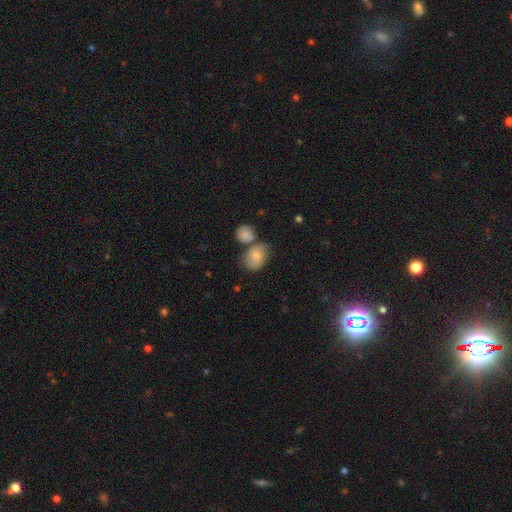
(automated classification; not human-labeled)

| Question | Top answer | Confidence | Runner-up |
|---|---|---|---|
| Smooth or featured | smooth | 80% | featured or disk (12%) |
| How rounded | in between | 68% | round (30%) |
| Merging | none | 45% | merger (29%) |